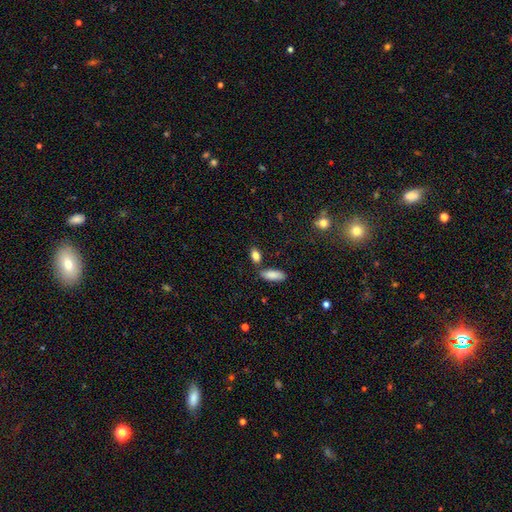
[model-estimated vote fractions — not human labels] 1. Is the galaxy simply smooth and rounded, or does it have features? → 85% smooth, 8% star or artifact, 7% featured or disk.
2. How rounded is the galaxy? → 82% in between, 11% cigar-shaped, 7% round.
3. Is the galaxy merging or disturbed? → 70% none, 14% merger, 13% minor disturbance, 3% major disturbance.